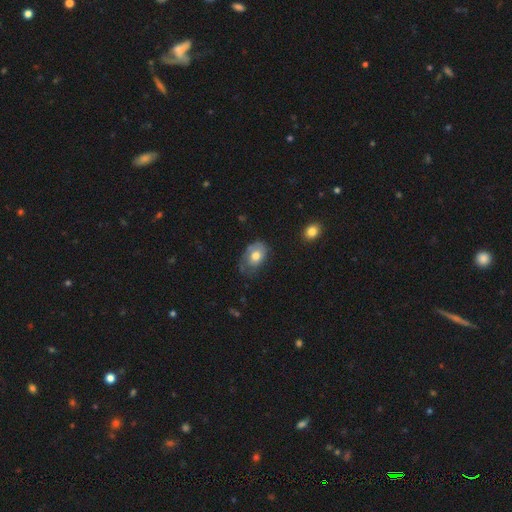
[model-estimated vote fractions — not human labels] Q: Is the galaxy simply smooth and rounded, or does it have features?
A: smooth — 62%.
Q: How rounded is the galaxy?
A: in between — 83%.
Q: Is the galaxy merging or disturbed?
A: none — 48%.